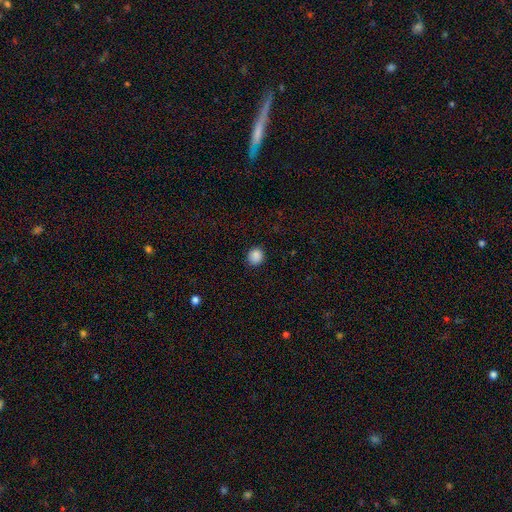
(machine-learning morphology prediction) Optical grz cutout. It shows a smooth galaxy with no disk features (87%) that is round (85%). Merging: none (87%).